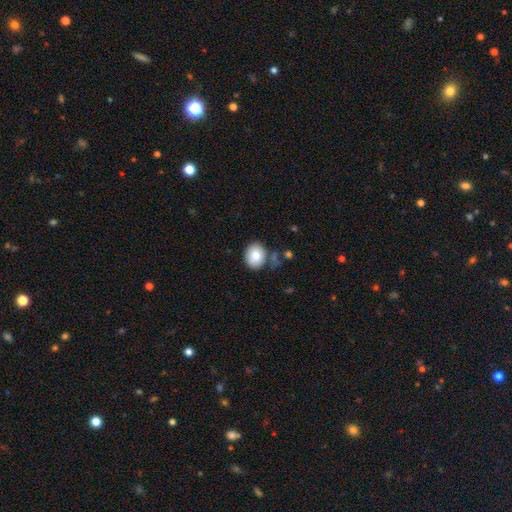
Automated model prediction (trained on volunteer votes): Smooth or featured: smooth — 82% (featured or disk — 9%)
How rounded: round — 59% (in between — 40%)
Merging: none — 74% (minor disturbance — 15%)